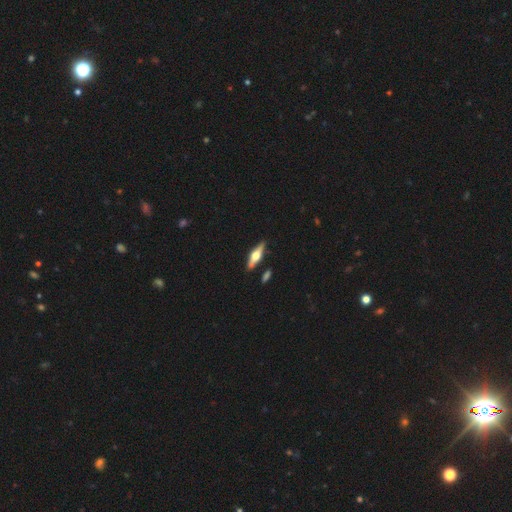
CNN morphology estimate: A featured or disk galaxy (67%) viewed edge-on (96%) with a rounded central bulge (92%). Merging: none (84%).